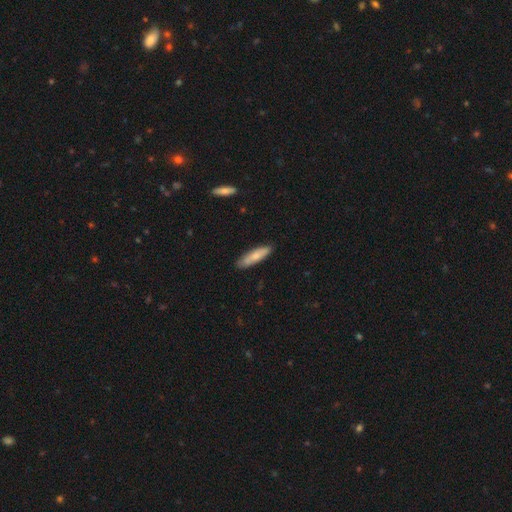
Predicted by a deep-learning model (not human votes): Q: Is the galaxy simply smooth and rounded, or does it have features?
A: smooth — 77%.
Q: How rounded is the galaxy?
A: cigar-shaped — 66%.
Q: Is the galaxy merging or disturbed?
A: none — 85%.